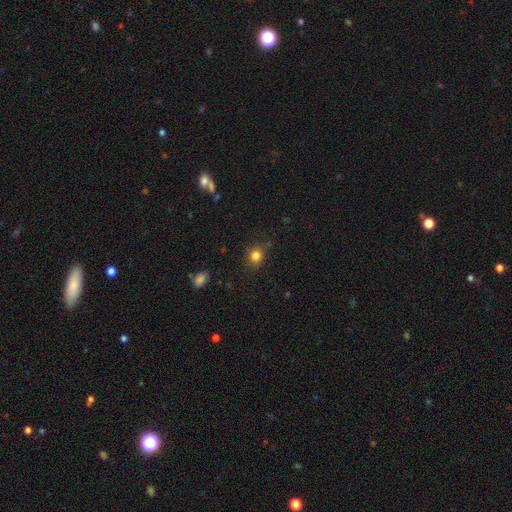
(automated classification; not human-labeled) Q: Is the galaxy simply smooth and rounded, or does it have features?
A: smooth — 83%.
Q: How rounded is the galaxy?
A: round — 72%.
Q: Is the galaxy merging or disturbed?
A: none — 85%.